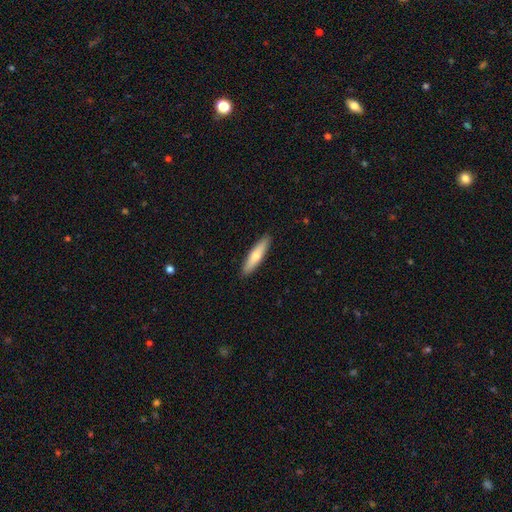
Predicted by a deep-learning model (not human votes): smooth 63%, featured or disk 32%, star or artifact 5%. Down the decision tree: how rounded — cigar-shaped (77%); merging — none (91%).